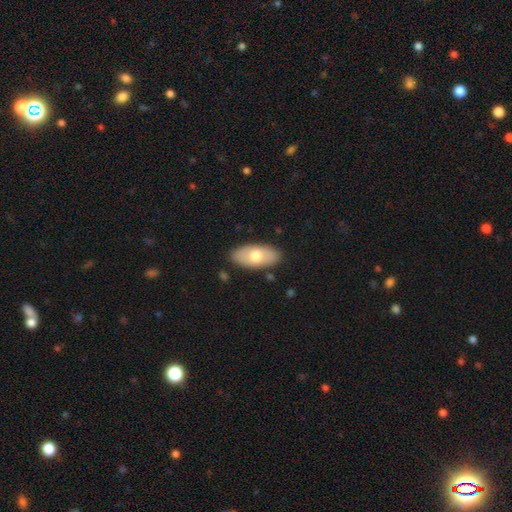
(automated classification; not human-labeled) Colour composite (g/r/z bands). It shows a smooth galaxy with no disk features (66%) that is in between round and cigar-shaped (92%). Merging: none (85%).